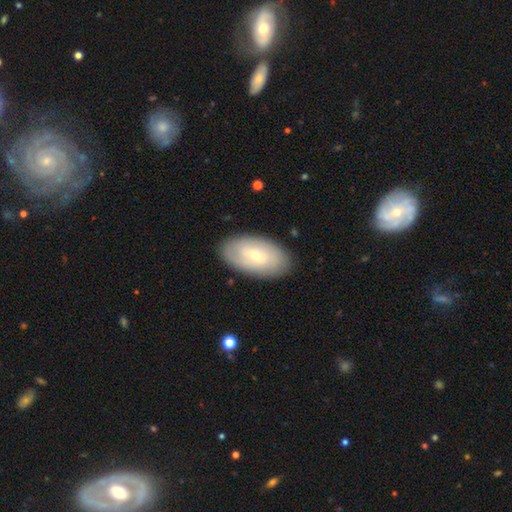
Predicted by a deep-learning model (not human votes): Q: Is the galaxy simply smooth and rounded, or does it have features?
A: featured or disk — 48%.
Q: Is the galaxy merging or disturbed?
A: none — 86%.